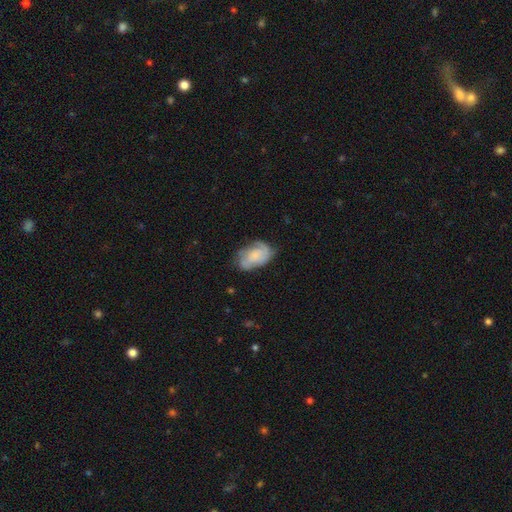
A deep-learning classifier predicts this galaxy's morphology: This appears to be a featured or disk galaxy (51%). Merging: none (54%).